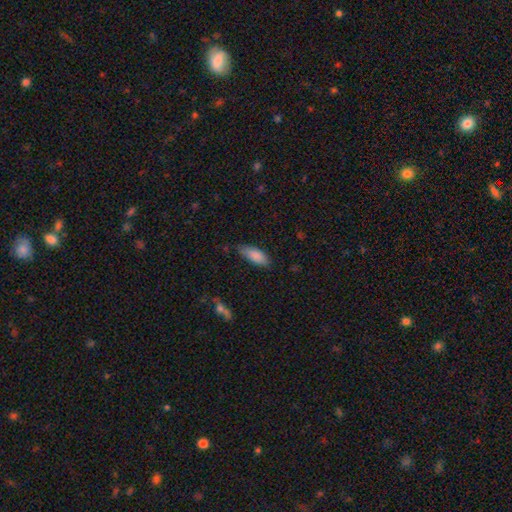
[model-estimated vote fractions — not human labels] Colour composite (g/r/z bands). It shows a smooth galaxy with no disk features (86%) that is in between round and cigar-shaped (78%). Merging: none (71%).